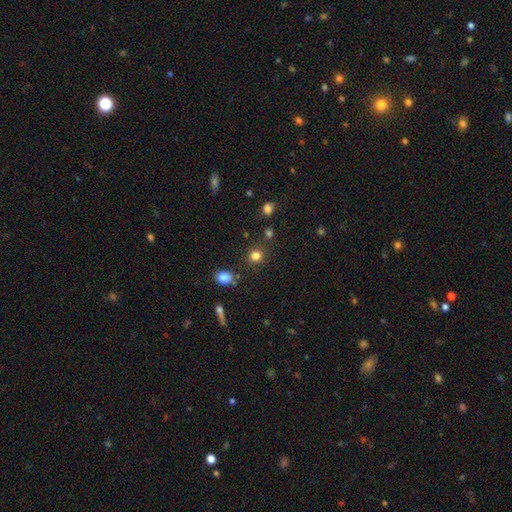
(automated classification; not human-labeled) smooth_or_featured: smooth (p=0.81) [alt: star or artifact p=0.14]
how_rounded: round (p=0.86) [alt: in between p=0.13]
merging: none (p=0.84) [alt: minor disturbance p=0.08]